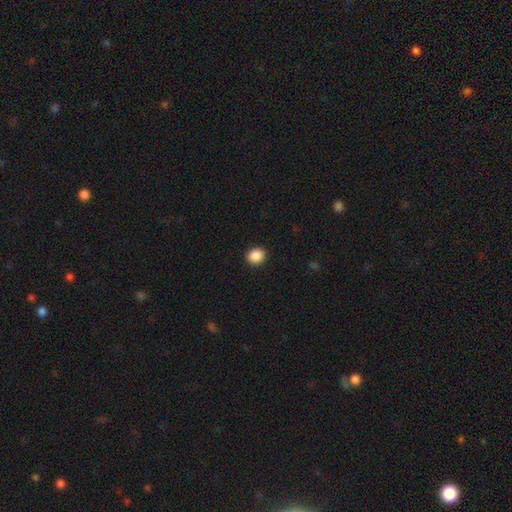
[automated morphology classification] Smooth or featured: smooth — 89% (star or artifact — 9%)
How rounded: round — 75% (in between — 25%)
Merging: none — 92% (minor disturbance — 5%)